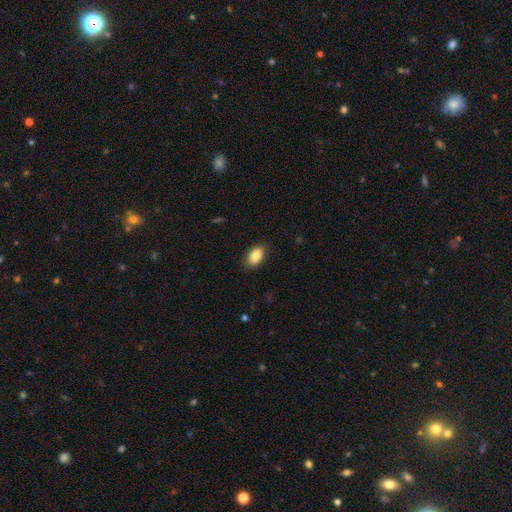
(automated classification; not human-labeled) The model was most divided on "merging": none: 85%, minor disturbance: 12%, major disturbance: 2%, merger: 1%. More confident: how rounded — in between (91%); smooth or featured — smooth (83%).